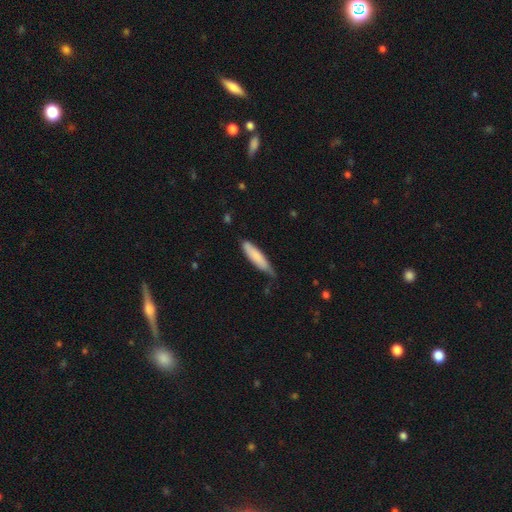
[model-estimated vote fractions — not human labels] Smooth or featured: smooth — 79% (featured or disk — 15%)
How rounded: cigar-shaped — 75% (in between — 24%)
Merging: none — 54% (minor disturbance — 37%)